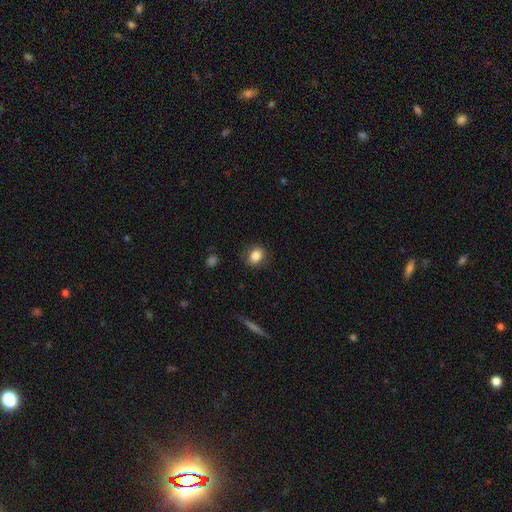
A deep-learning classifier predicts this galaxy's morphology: Q: Smooth or featured?
A: smooth (84%); runner-up: star or artifact (10%)
Q: How rounded?
A: round (66%); runner-up: in between (33%)
Q: Merging?
A: none (83%); runner-up: minor disturbance (12%)